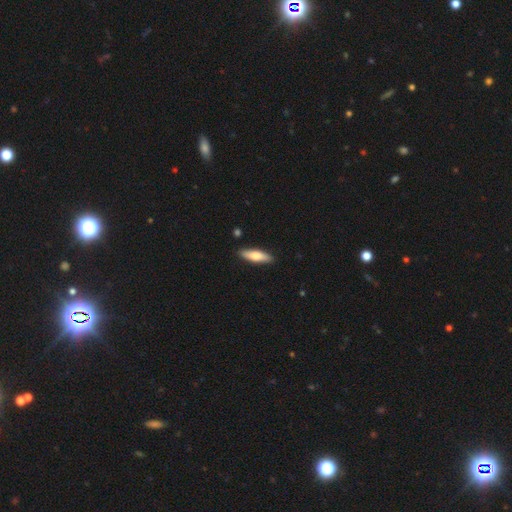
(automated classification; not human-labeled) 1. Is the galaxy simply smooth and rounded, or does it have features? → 68% smooth, 27% featured or disk, 5% star or artifact.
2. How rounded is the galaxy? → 60% cigar-shaped, 38% in between, 2% round.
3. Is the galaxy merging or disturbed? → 88% none, 9% minor disturbance, 2% major disturbance, 1% merger.